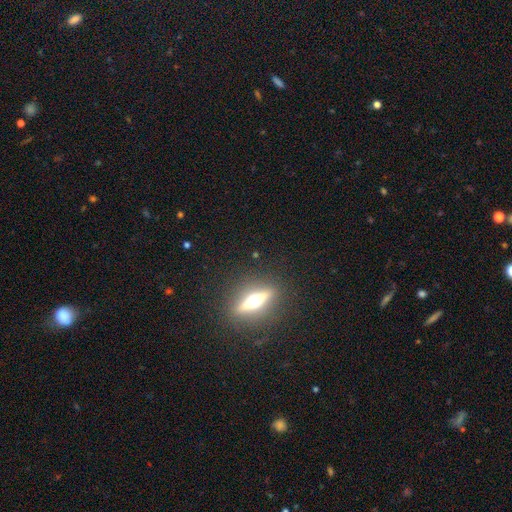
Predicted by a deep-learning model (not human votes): featured or disk 68%, smooth 22%, star or artifact 10%. Down the decision tree: edge-on disk — yes (92%); edge-on bulge — rounded (94%); merging — none (88%).